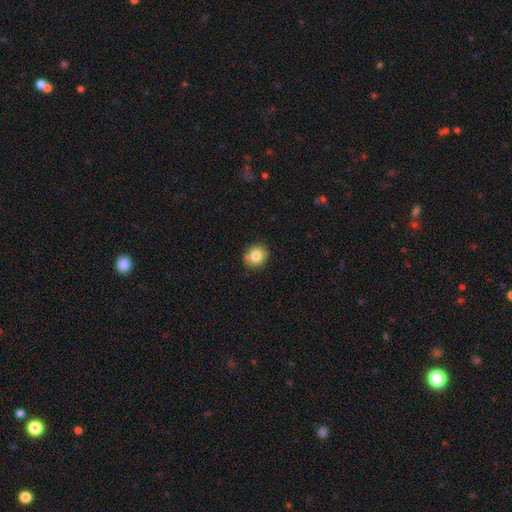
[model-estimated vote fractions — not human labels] A smooth galaxy with no disk features (82%) that is round (77%). Merging: none (82%).